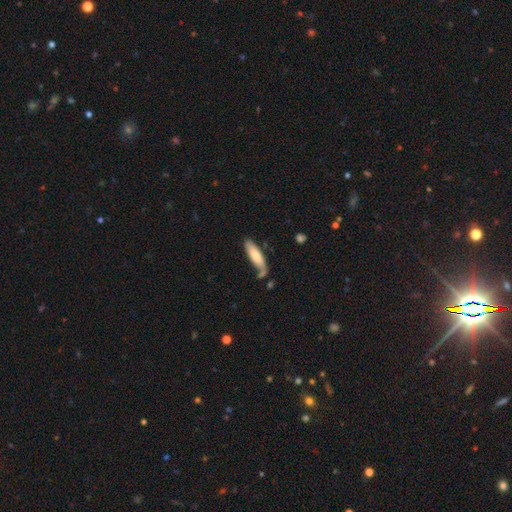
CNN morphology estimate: smooth-or-featured: smooth: 75% | featured or disk: 19% | star or artifact: 6%
  how-rounded: cigar-shaped: 62% | in between: 37% | round: 1%
  merging: none: 60% | minor disturbance: 22% | merger: 11% | major disturbance: 7%